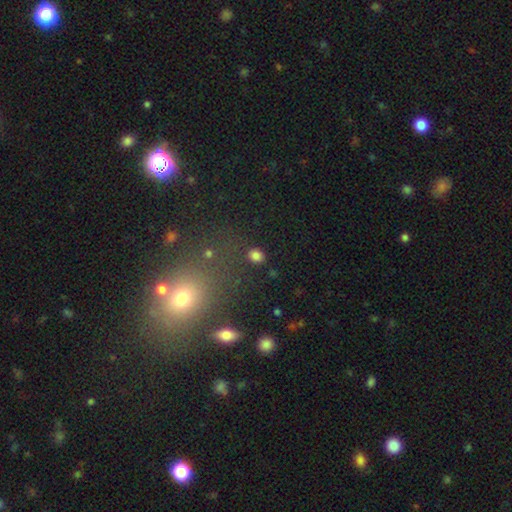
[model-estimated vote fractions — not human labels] This appears to be a smooth galaxy with no disk features (80%) that is round (61%). Merging: none (86%).